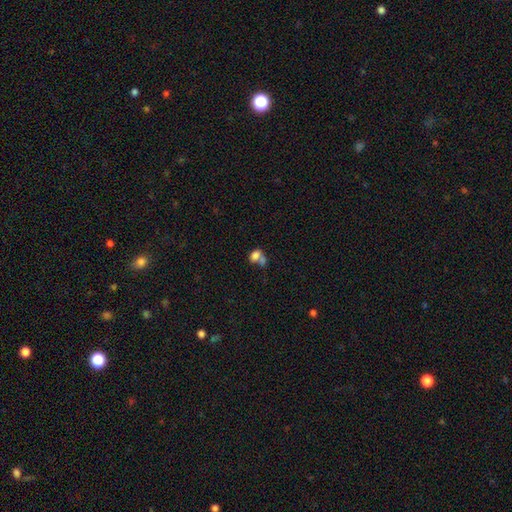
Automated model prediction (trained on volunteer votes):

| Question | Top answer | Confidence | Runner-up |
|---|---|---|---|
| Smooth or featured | smooth | 75% | featured or disk (12%) |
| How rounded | in between | 73% | round (25%) |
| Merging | merger | 54% | none (25%) |